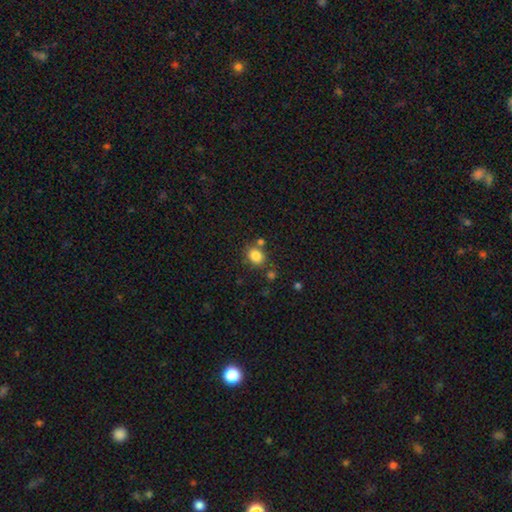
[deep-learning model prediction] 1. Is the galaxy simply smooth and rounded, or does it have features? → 83% smooth, 11% star or artifact, 6% featured or disk.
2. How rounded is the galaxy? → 57% round, 42% in between, 1% cigar-shaped.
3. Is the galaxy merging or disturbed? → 71% none, 13% minor disturbance, 12% merger, 4% major disturbance.